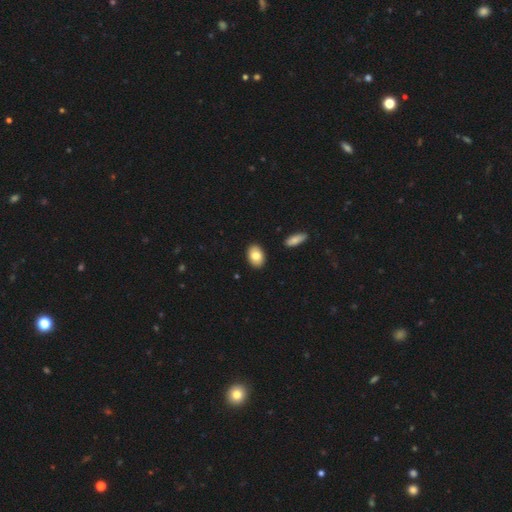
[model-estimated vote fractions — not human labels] smooth_or_featured: smooth (p=0.82) [alt: featured or disk p=0.12]
how_rounded: in between (p=0.85) [alt: round p=0.14]
merging: none (p=0.89) [alt: minor disturbance p=0.07]